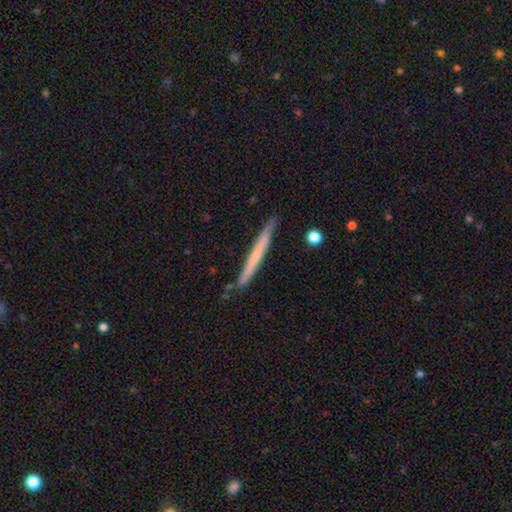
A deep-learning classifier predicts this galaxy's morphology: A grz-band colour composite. It shows a smooth galaxy with no disk features (51%) that is cigar-shaped (97%). Merging: none (86%).